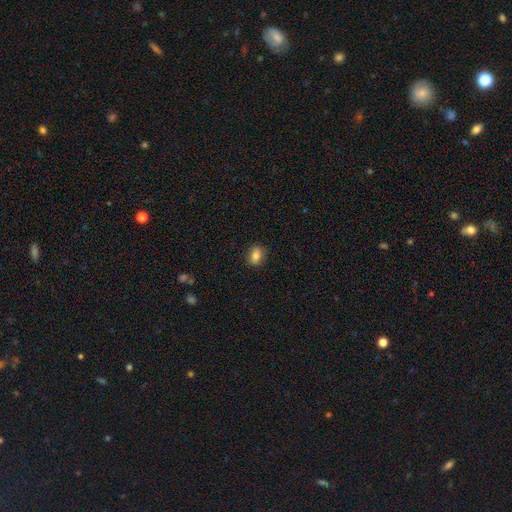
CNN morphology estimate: This appears to be a smooth galaxy with no disk features (80%) that is in between round and cigar-shaped (61%). Merging: none (88%).